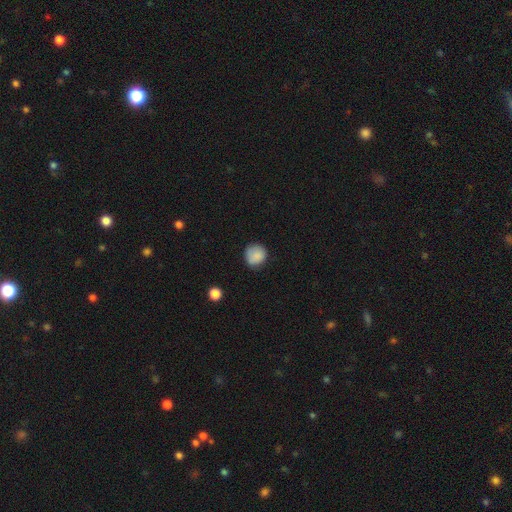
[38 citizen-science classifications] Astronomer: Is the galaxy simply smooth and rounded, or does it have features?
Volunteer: smooth — 89%.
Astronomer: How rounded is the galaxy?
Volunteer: round — 88%.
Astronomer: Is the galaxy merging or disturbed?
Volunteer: none — 70%.